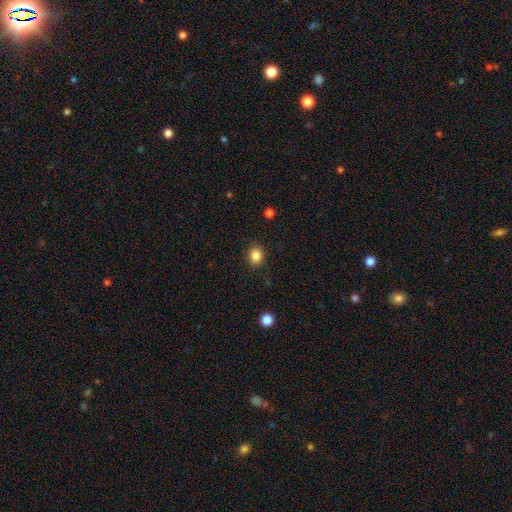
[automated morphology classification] Smooth or featured? Predicted: smooth (p=0.85). How rounded? Predicted: round (p=0.68). Merging? Predicted: none (p=0.89).